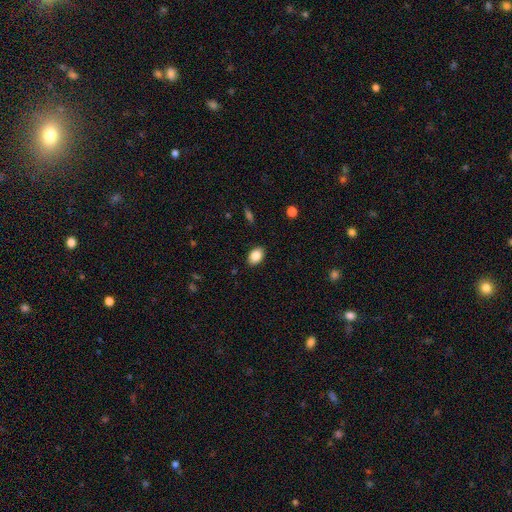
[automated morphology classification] A smooth galaxy with no disk features (87%) that is in between round and cigar-shaped (84%).

Vote fractions:
- Smooth or featured? smooth: 87% / star or artifact: 8% / featured or disk: 5%
- How rounded? in between: 84% / round: 15% / cigar-shaped: 1%
- Merging? none: 88% / minor disturbance: 9% / major disturbance: 2% / merger: 1%